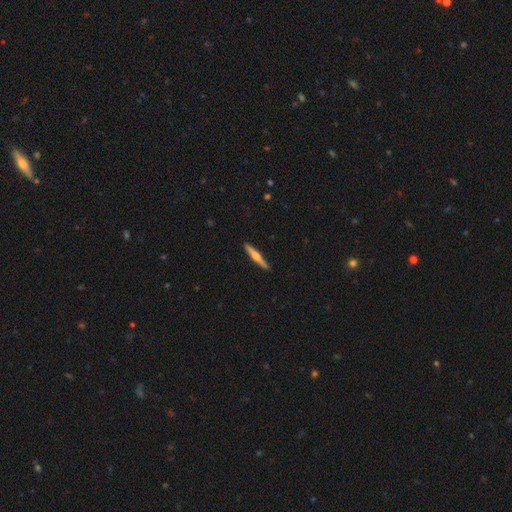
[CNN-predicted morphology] smooth-or-featured: featured or disk: 55% | smooth: 39% | star or artifact: 5%
  disk-edge-on: yes: 98% | no: 2%
    edge-on-bulge: rounded: 80% | none: 11% | boxy: 10%
  merging: none: 91% | minor disturbance: 6% | major disturbance: 1% | merger: 1%